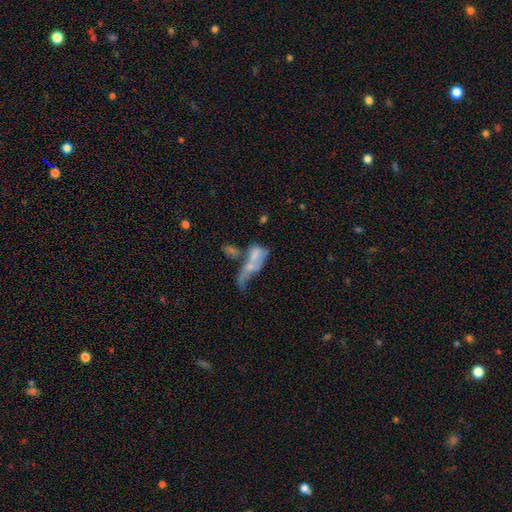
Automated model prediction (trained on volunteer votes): Smooth or featured? Predicted: smooth (p=0.49). Merging? Predicted: merger (p=0.58).